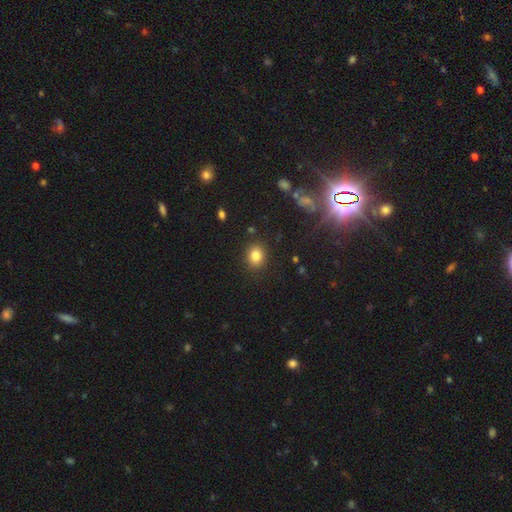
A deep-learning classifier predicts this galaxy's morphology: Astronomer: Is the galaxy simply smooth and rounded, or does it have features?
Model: smooth — 83%.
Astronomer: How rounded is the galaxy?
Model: round — 58% (runner-up: in between, 41%).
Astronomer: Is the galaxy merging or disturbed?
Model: none — 88%.